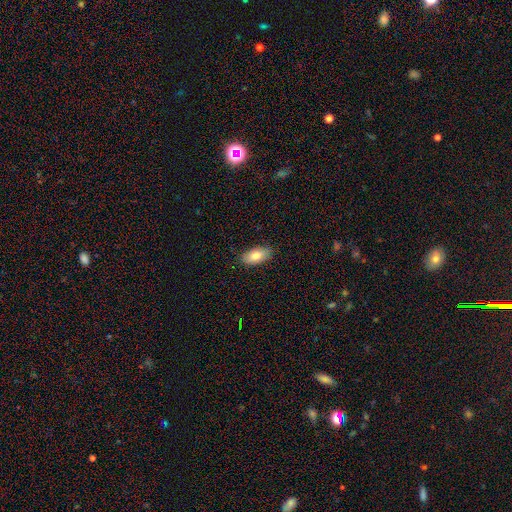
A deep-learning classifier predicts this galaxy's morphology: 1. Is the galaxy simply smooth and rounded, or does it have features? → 84% smooth, 10% featured or disk, 6% star or artifact.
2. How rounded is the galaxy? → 92% in between, 5% cigar-shaped, 3% round.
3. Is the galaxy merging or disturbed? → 87% none, 10% minor disturbance, 2% major disturbance, 1% merger.